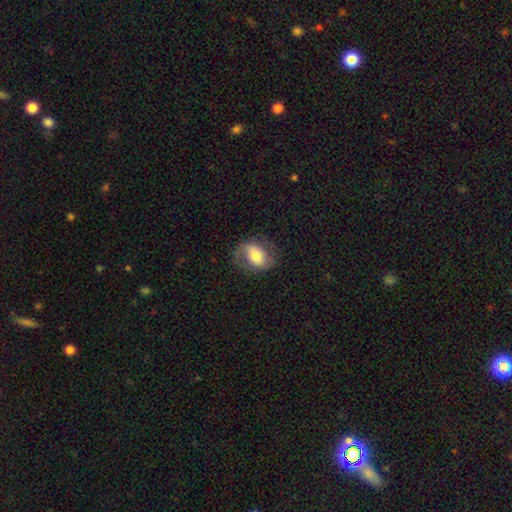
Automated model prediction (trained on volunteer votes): Smooth or featured: featured or disk — 56% (smooth — 36%)
Edge-on disk: no — 96% (yes — 4%)
Bar: no — 43% (weak — 36%)
Spiral arms: yes — 82% (no — 18%)
Bulge size: moderate — 54% (large — 22%)
Merging: none — 69% (minor disturbance — 18%)